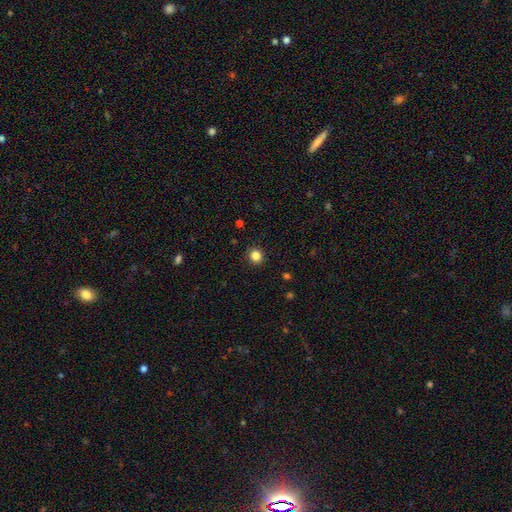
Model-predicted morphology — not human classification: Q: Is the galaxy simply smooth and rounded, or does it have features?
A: smooth — 85%.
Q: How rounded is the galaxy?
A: round — 87%.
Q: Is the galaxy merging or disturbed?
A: none — 91%.